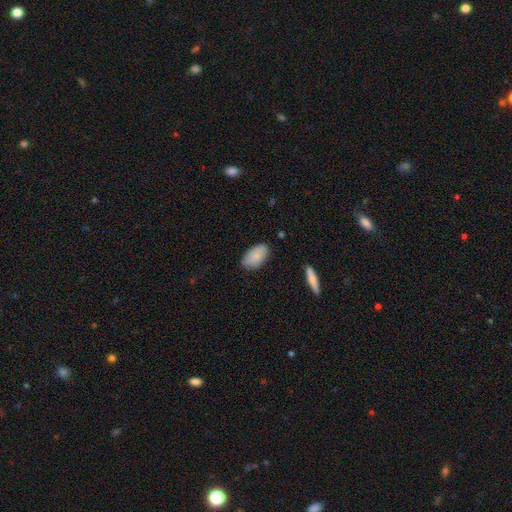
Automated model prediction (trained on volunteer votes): This appears to be a smooth galaxy with no disk features (86%) that is in between round and cigar-shaped (94%). Merging: none (83%).